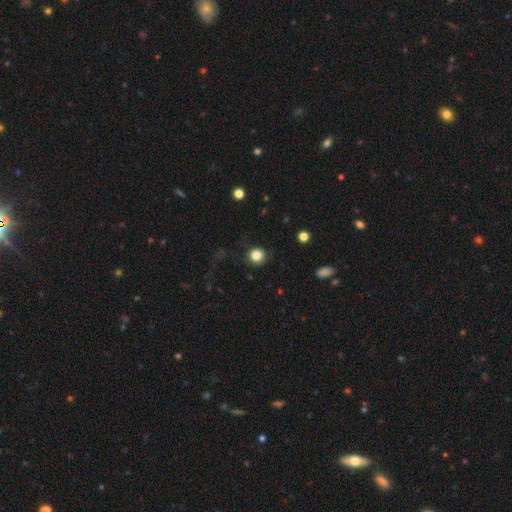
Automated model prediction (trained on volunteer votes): Smooth or featured: smooth — 84% (star or artifact — 11%)
How rounded: round — 89% (in between — 10%)
Merging: none — 85% (minor disturbance — 10%)